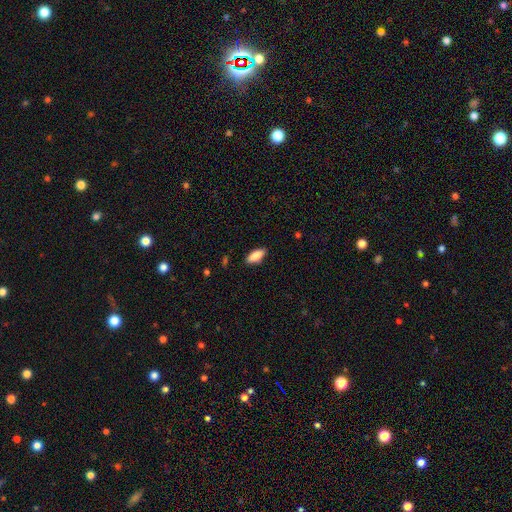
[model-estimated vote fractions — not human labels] smooth 83%, featured or disk 10%, star or artifact 6%. Down the decision tree: how rounded — in between (78%); merging — none (86%).